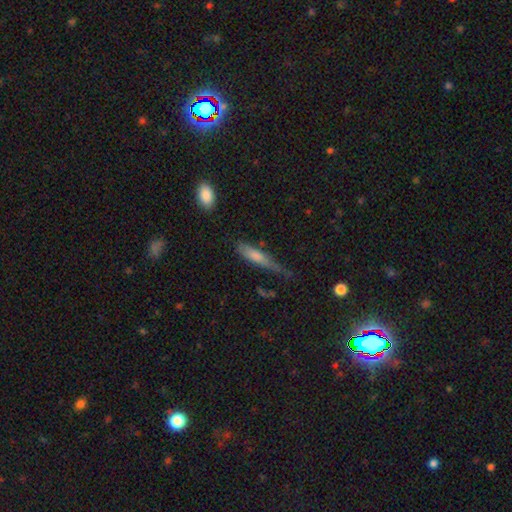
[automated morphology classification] Smooth or featured: smooth — 66% (featured or disk — 26%)
How rounded: cigar-shaped — 82% (in between — 16%)
Merging: none — 49% (minor disturbance — 34%)